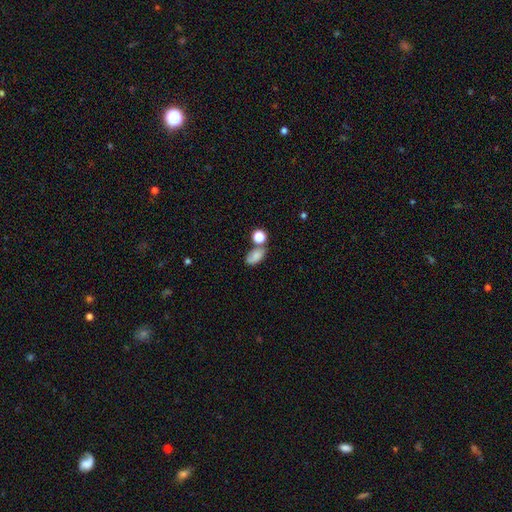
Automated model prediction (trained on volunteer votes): This is likely a smooth galaxy (75%). How rounded: clearly in between (85%). Merging: possibly none (49%).